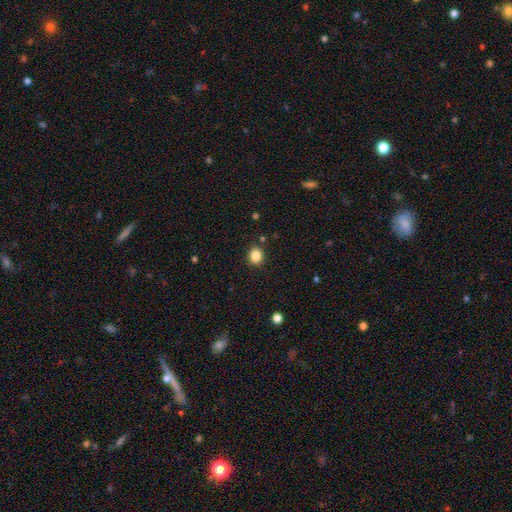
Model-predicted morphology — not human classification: The model was most divided on "how rounded": round: 75%, in between: 24%, cigar-shaped: 1%. More confident: merging — none (89%); smooth or featured — smooth (85%).